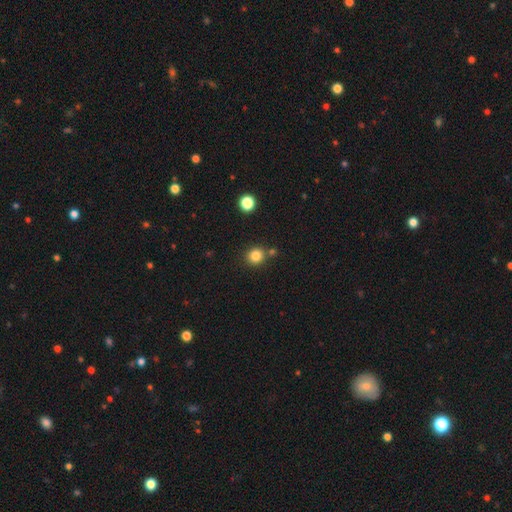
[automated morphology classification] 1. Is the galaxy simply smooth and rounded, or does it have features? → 83% smooth, 12% star or artifact, 5% featured or disk.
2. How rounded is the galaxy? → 90% round, 9% in between, 1% cigar-shaped.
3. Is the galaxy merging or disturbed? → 79% none, 11% merger, 8% minor disturbance, 2% major disturbance.